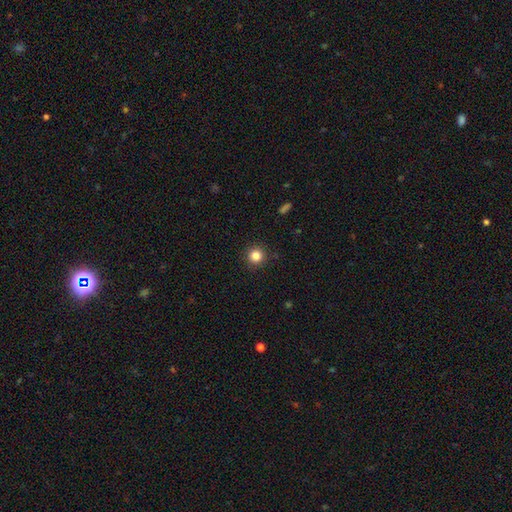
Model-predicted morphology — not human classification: smooth-or-featured: smooth: 84% | star or artifact: 12% | featured or disk: 4%
  how-rounded: round: 95% | in between: 4% | cigar-shaped: 1%
  merging: none: 91% | minor disturbance: 6% | major disturbance: 2% | merger: 1%